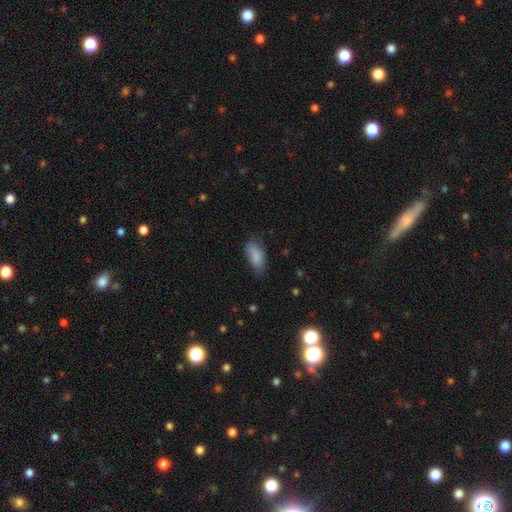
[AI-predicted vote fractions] smooth-or-featured: smooth: 85% | featured or disk: 7% | star or artifact: 7%
  how-rounded: in between: 86% | cigar-shaped: 12% | round: 2%
  merging: none: 62% | minor disturbance: 28% | major disturbance: 7% | merger: 2%